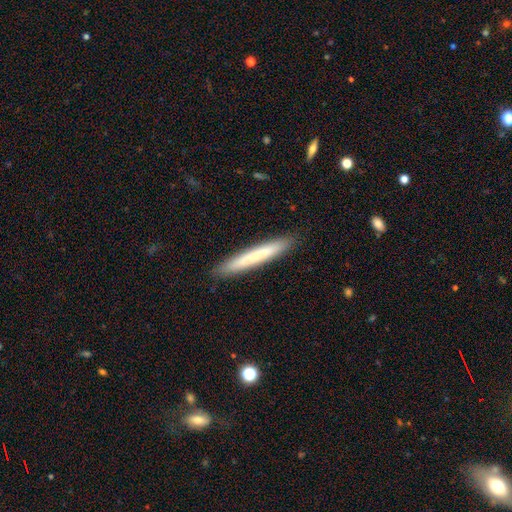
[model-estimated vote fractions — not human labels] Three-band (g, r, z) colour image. It shows a smooth galaxy with no disk features (72%) that is cigar-shaped (96%). Merging: none (90%).